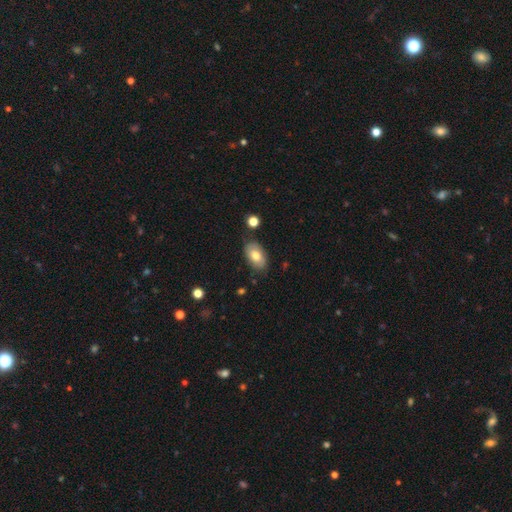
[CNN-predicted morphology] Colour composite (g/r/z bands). It shows a smooth galaxy with no disk features (72%) that is in between round and cigar-shaped (92%). Merging: none (80%).